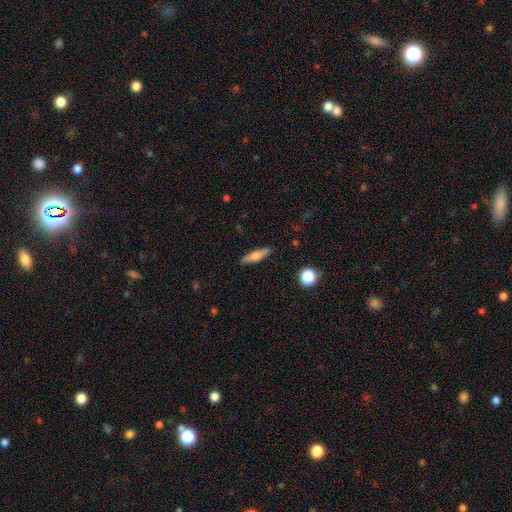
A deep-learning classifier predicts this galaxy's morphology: type=smooth (59%); roundness=cigar-shaped (71%); merging=none (89%).